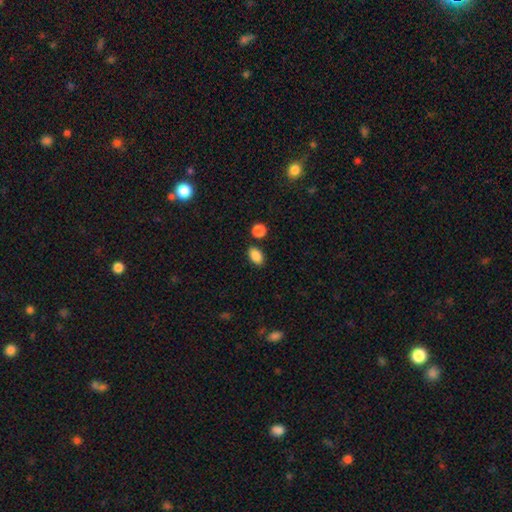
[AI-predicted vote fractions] smooth-or-featured: smooth: 87% | star or artifact: 8% | featured or disk: 4%
  how-rounded: in between: 87% | round: 11% | cigar-shaped: 2%
  merging: none: 81% | minor disturbance: 10% | merger: 6% | major disturbance: 3%